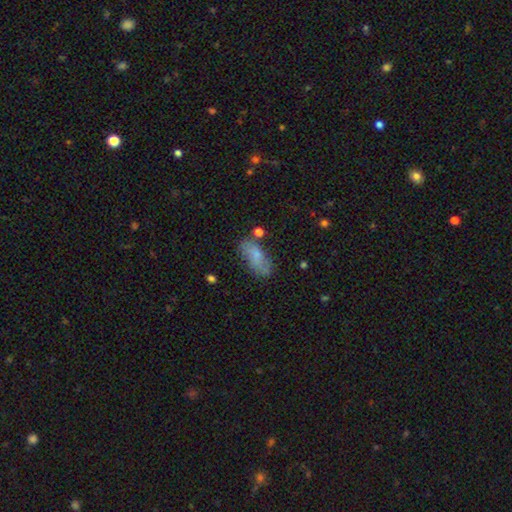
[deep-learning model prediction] smooth 69%, featured or disk 22%, star or artifact 8%. Down the decision tree: how rounded — in between (82%); merging — none (63%).